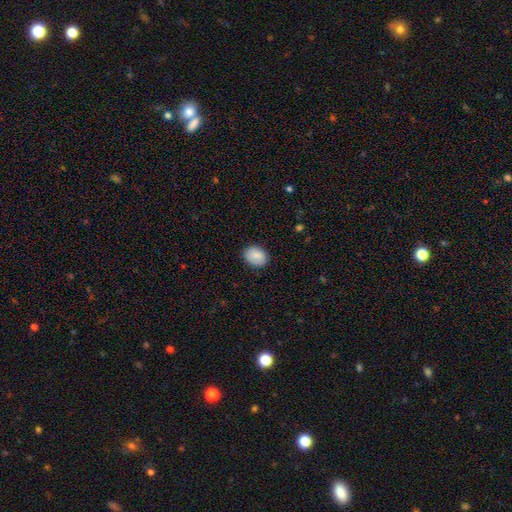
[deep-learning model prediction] smooth-or-featured: smooth: 87% | star or artifact: 7% | featured or disk: 6%
  how-rounded: in between: 60% | round: 39% | cigar-shaped: 1%
  merging: none: 86% | minor disturbance: 10% | major disturbance: 2% | merger: 1%